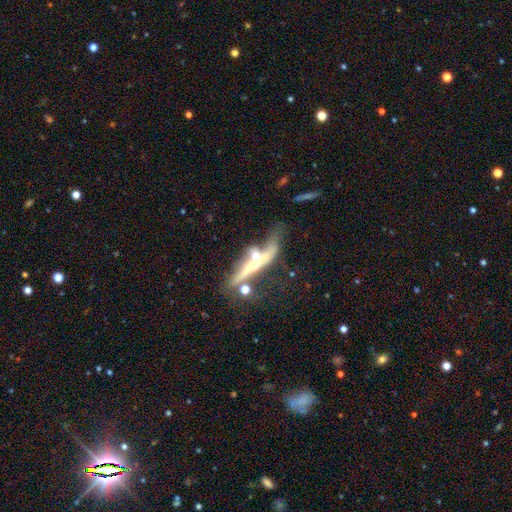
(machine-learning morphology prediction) featured or disk 68%, smooth 23%, star or artifact 9%. Down the decision tree: edge-on disk — yes (66%); merging — merger (47%).